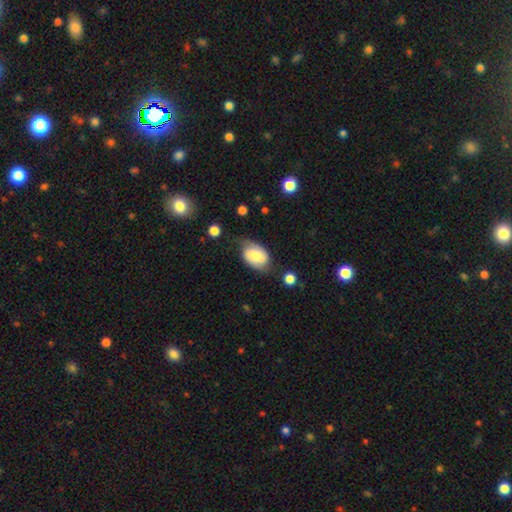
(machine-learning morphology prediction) A smooth galaxy with no disk features (50%).

Vote fractions:
- Smooth or featured? smooth: 50% / featured or disk: 43% / star or artifact: 7%
- Merging? none: 59% / minor disturbance: 29% / major disturbance: 10% / merger: 3%